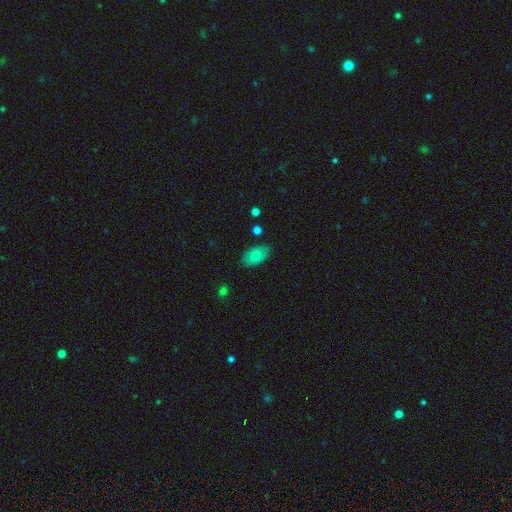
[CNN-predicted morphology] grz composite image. It shows a smooth galaxy with no disk features (75%) that is in between round and cigar-shaped (93%). Merging: none (82%).